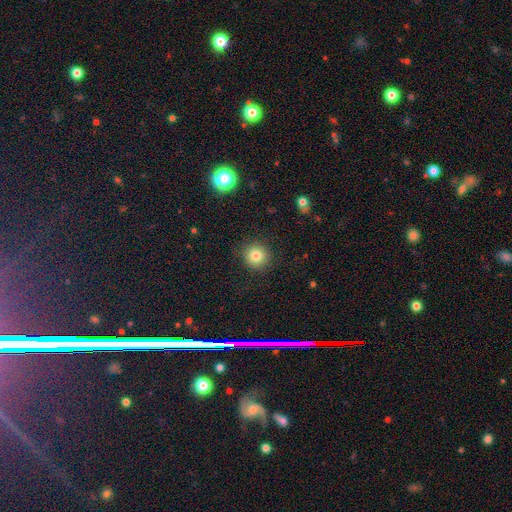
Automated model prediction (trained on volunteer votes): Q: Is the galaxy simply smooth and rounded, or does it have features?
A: smooth — 81%.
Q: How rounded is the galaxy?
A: round — 92%.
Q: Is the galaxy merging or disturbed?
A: none — 89%.